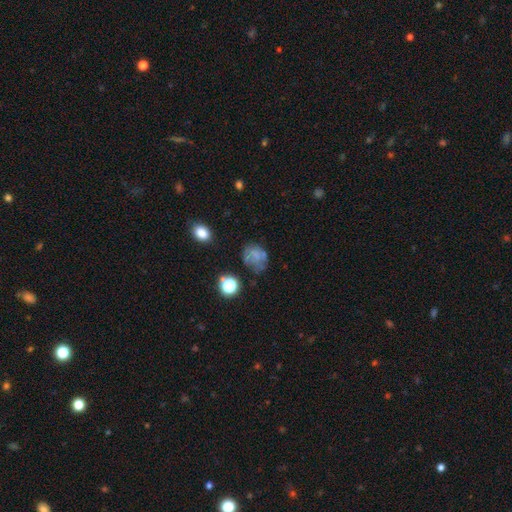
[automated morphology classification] Smooth or featured?
  - smooth: 52% *
  - featured or disk: 31%
  - star or artifact: 18%
How rounded?
  - round: 54% *
  - in between: 45%
  - cigar-shaped: 1%
Merging?
  - none: 50% *
  - minor disturbance: 24%
  - major disturbance: 19%
  - merger: 7%